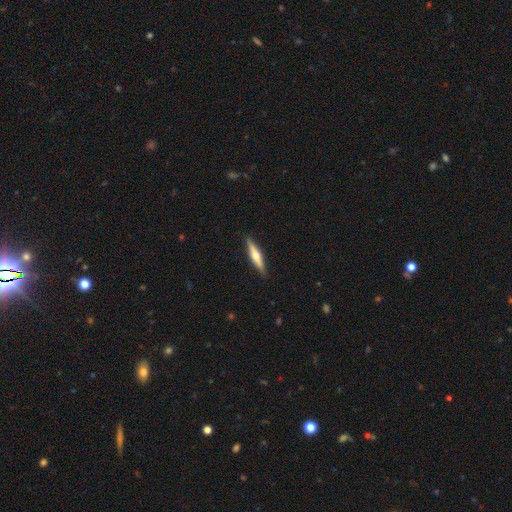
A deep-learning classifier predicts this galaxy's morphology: Q: Smooth or featured?
A: featured or disk (49%); runner-up: smooth (46%)
Q: Merging?
A: none (90%); runner-up: minor disturbance (8%)